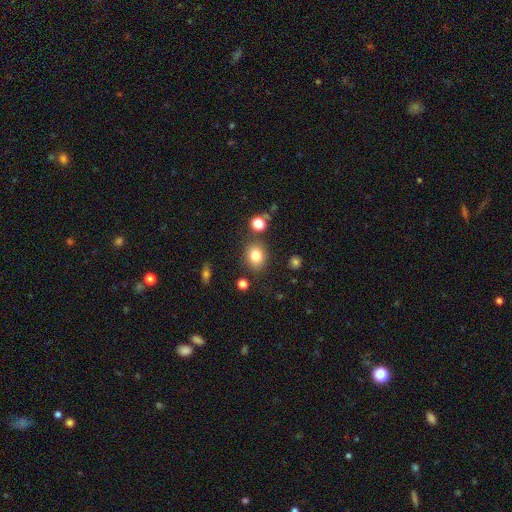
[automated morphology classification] The model was most divided on "how rounded": round: 63%, in between: 36%, cigar-shaped: 1%. More confident: merging — none (82%); smooth or featured — smooth (81%).